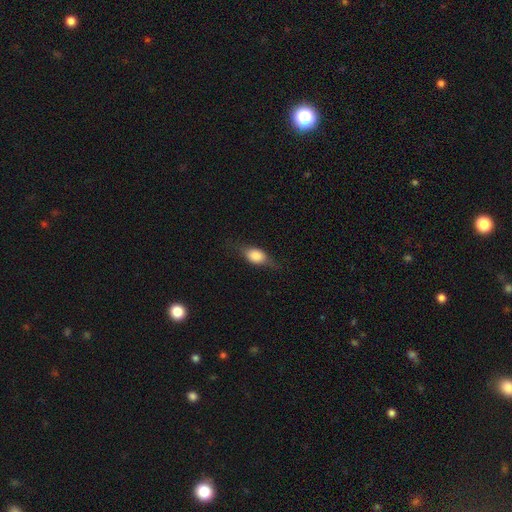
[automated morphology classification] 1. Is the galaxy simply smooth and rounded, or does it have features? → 64% smooth, 28% featured or disk, 8% star or artifact.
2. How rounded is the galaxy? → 71% in between, 18% round, 11% cigar-shaped.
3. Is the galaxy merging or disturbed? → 68% none, 22% minor disturbance, 9% major disturbance, 1% merger.